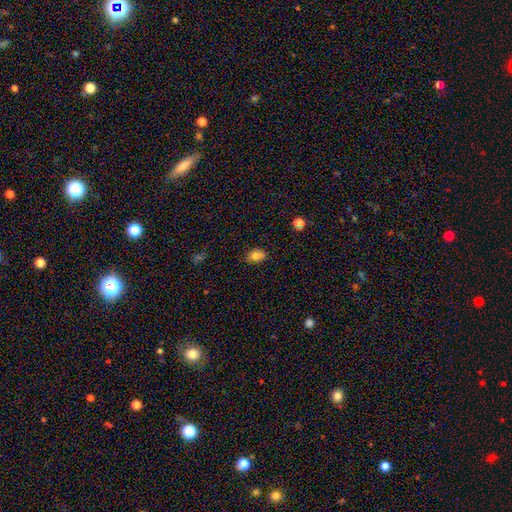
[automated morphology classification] Q: Smooth or featured?
A: smooth (76%); runner-up: star or artifact (13%)
Q: How rounded?
A: in between (62%); runner-up: round (37%)
Q: Merging?
A: none (64%); runner-up: minor disturbance (26%)